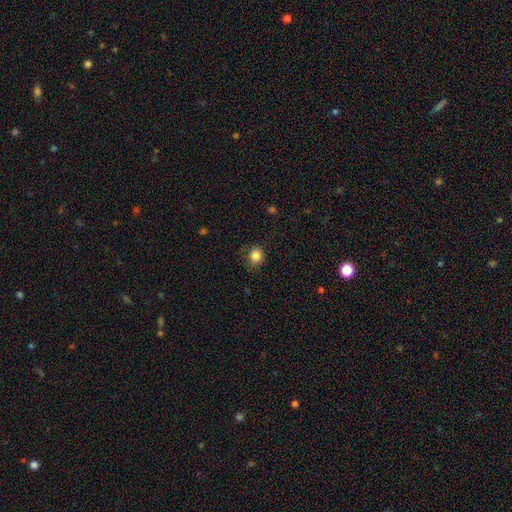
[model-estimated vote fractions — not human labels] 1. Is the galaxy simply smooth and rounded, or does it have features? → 85% smooth, 11% star or artifact, 4% featured or disk.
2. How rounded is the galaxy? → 78% round, 21% in between, 1% cigar-shaped.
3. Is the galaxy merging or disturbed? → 80% none, 15% minor disturbance, 4% major disturbance, 1% merger.